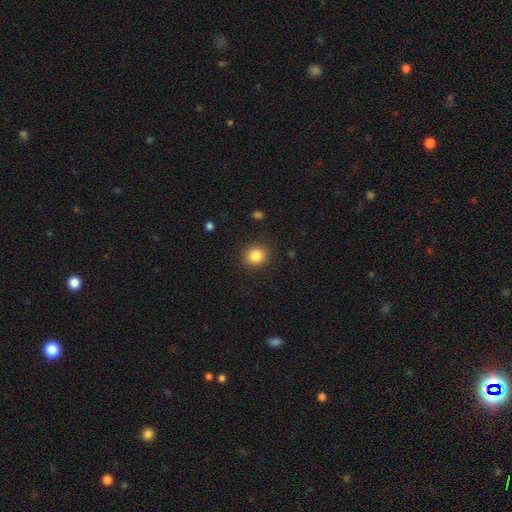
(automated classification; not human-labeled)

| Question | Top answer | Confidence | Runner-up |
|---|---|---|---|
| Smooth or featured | smooth | 84% | star or artifact (10%) |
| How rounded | round | 76% | in between (23%) |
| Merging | none | 89% | minor disturbance (8%) |